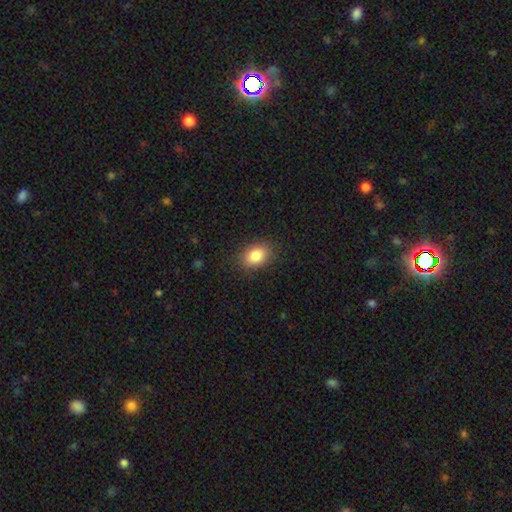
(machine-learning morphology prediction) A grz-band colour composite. It shows a smooth galaxy with no disk features (85%) that is in between round and cigar-shaped (78%). Merging: none (86%).